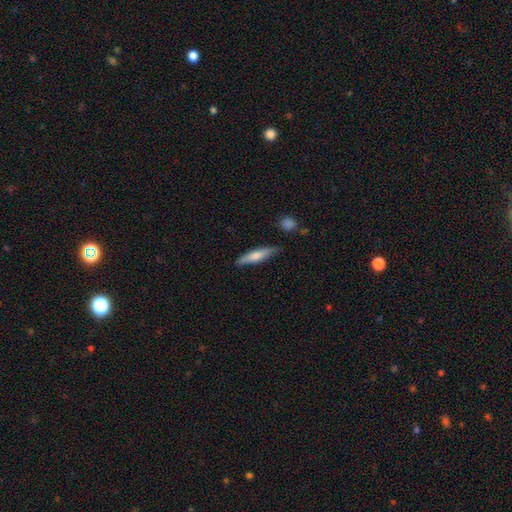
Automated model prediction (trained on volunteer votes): Q: Smooth or featured?
A: smooth (67%); runner-up: featured or disk (27%)
Q: How rounded?
A: cigar-shaped (80%); runner-up: in between (18%)
Q: Merging?
A: none (79%); runner-up: minor disturbance (16%)